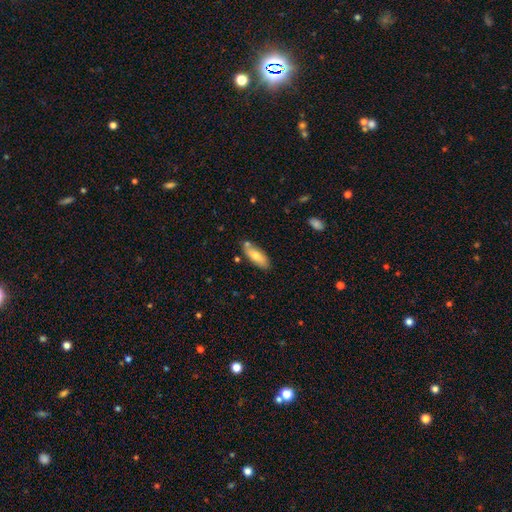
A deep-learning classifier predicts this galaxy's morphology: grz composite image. It shows a smooth galaxy with no disk features (72%) that is in between round and cigar-shaped (70%). Merging: none (75%).